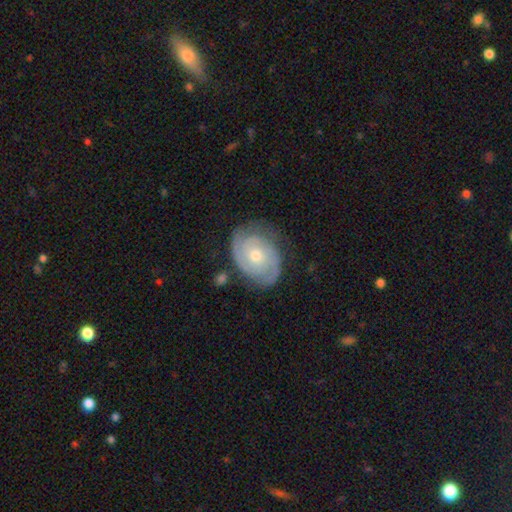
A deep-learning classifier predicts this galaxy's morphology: A featured or disk galaxy (85%) with no bar (77%), 2 (63%) tight (70%) spiral arms (95%) and a moderate central bulge (50%).

Vote fractions:
- Smooth or featured? featured or disk: 85% / smooth: 10% / star or artifact: 5%
- Edge-on disk? no: 97% / yes: 3%
- Bar? no: 77% / weak: 19% / strong: 4%
- Spiral arms? yes: 95% / no: 5%
- Spiral winding? tight: 70% / medium: 24% / loose: 5%
- Spiral arm count? 2: 63% / can't tell: 15% / 3: 13% / 1: 3% / 4: 3% / more than 4: 3%
- Bulge size? moderate: 50% / small: 46% / large: 2% / none: 1% / dominant: 1%
- Merging? none: 76% / minor disturbance: 17% / major disturbance: 5% / merger: 2%